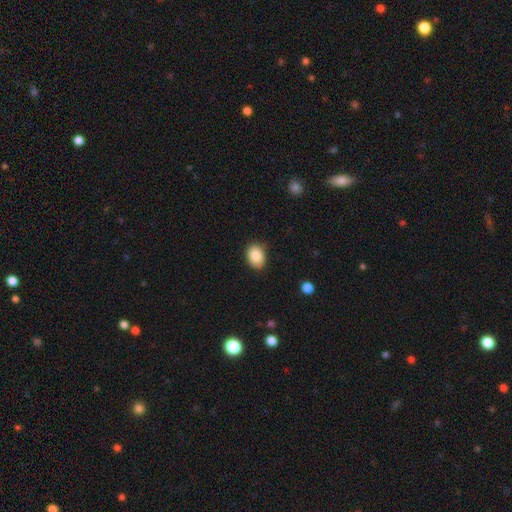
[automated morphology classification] Smooth or featured?
  - smooth: 87% *
  - star or artifact: 8%
  - featured or disk: 5%
How rounded?
  - in between: 68% *
  - round: 31%
  - cigar-shaped: 1%
Merging?
  - none: 83% *
  - minor disturbance: 13%
  - major disturbance: 2%
  - merger: 1%